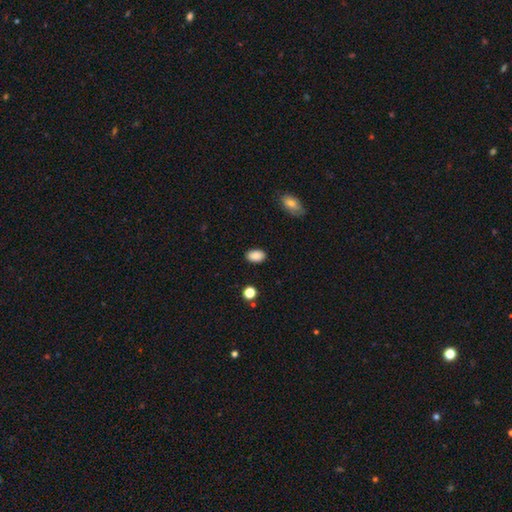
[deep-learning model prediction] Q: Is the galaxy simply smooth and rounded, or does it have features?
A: smooth — 87%.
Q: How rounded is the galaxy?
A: in between — 88%.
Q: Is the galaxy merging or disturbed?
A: none — 87%.